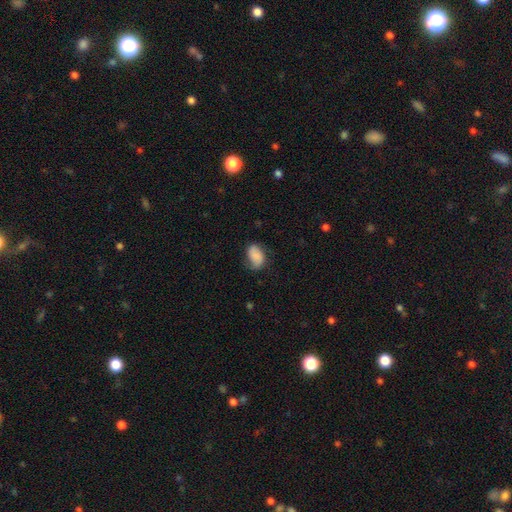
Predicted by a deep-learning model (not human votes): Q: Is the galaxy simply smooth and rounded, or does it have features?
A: smooth — 70%.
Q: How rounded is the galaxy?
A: in between — 87%.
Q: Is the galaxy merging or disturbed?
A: none — 57%.